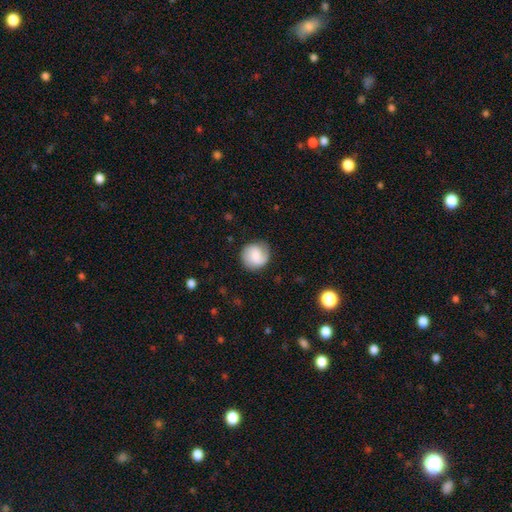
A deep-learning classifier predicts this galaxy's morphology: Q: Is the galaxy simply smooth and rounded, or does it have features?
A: smooth — 58%.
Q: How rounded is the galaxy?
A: round — 89%.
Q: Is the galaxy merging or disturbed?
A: none — 79%.